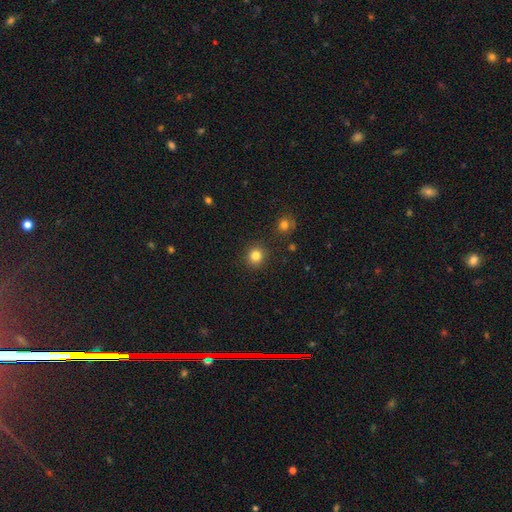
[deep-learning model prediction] smooth_or_featured: smooth (p=0.83) [alt: star or artifact p=0.12]
how_rounded: round (p=0.90) [alt: in between p=0.09]
merging: none (p=0.90) [alt: minor disturbance p=0.06]